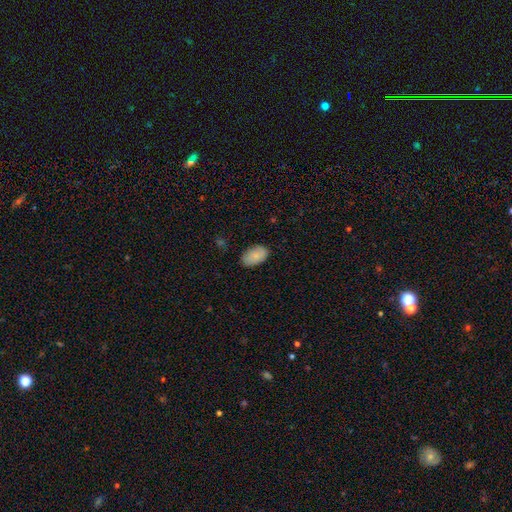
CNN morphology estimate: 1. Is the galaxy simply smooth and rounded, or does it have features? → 85% smooth, 8% featured or disk, 7% star or artifact.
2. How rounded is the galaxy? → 93% in between, 5% round, 1% cigar-shaped.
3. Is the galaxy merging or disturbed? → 83% none, 13% minor disturbance, 2% major disturbance, 1% merger.